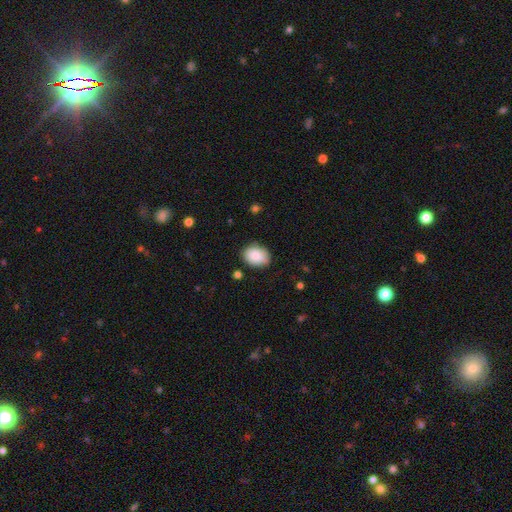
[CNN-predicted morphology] type=smooth (88%); roundness=in between (73%); merging=none (77%).